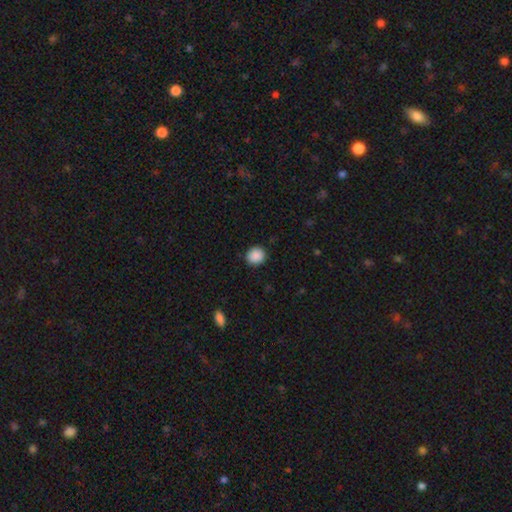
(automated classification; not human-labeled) A smooth galaxy with no disk features (89%) that is round (87%). Merging: none (91%).